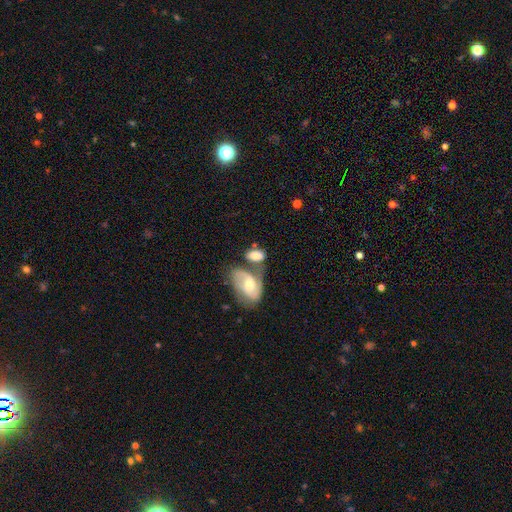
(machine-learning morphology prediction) Q: Smooth or featured?
A: smooth (59%); runner-up: featured or disk (33%)
Q: How rounded?
A: in between (88%); runner-up: round (9%)
Q: Merging?
A: merger (46%); runner-up: none (31%)